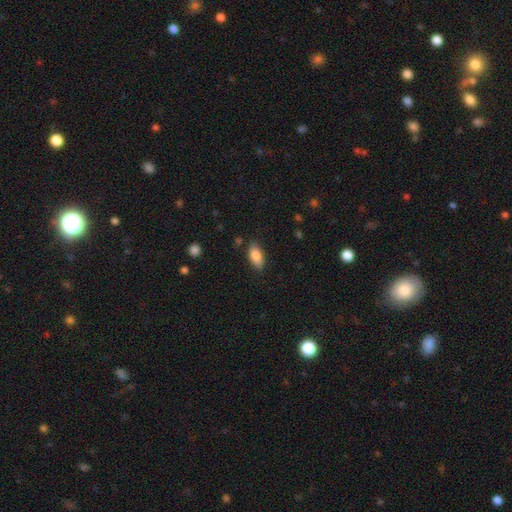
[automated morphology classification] smooth-or-featured: smooth: 84% | featured or disk: 10% | star or artifact: 7%
  how-rounded: in between: 88% | cigar-shaped: 9% | round: 3%
  merging: none: 83% | minor disturbance: 13% | major disturbance: 3% | merger: 2%